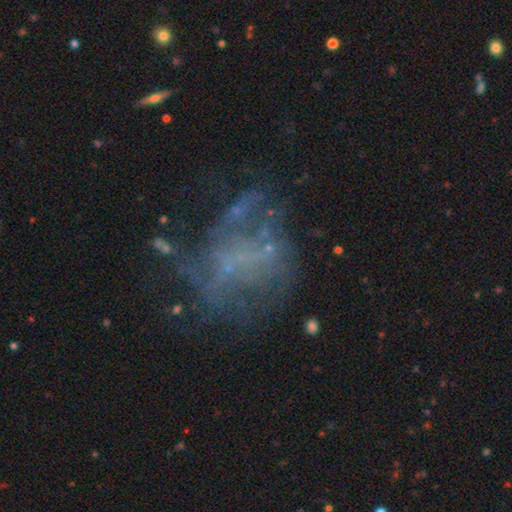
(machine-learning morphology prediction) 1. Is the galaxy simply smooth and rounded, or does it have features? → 57% featured or disk, 24% star or artifact, 19% smooth.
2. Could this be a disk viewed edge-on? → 98% no, 2% yes.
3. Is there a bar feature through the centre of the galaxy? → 85% no, 11% weak, 4% strong.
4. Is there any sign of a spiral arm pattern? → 84% no, 16% yes.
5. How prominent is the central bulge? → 77% none, 16% small, 5% moderate, 1% large, 1% dominant.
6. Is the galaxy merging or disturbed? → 44% none, 33% major disturbance, 17% minor disturbance, 6% merger.